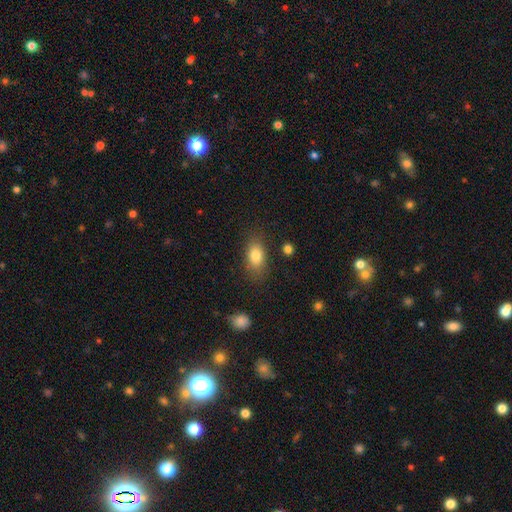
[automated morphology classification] Smooth or featured? smooth (82%)
How rounded? in between (86%)
Merging? none (79%)